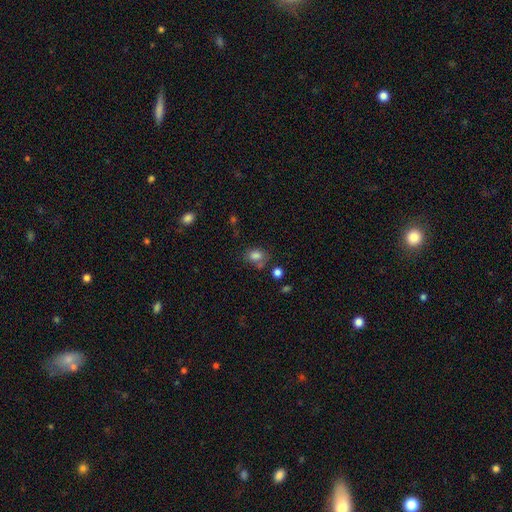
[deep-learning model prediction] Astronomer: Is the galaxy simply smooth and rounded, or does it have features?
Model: smooth — 80%.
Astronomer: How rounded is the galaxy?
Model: in between — 60% (runner-up: round, 39%).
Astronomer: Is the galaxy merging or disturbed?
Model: none — 58%.